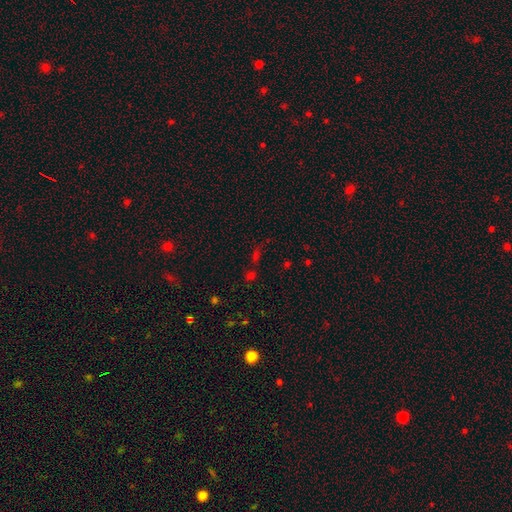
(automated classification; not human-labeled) The model was most divided on "smooth or featured": star or artifact: 57%, smooth: 31%, featured or disk: 12%.